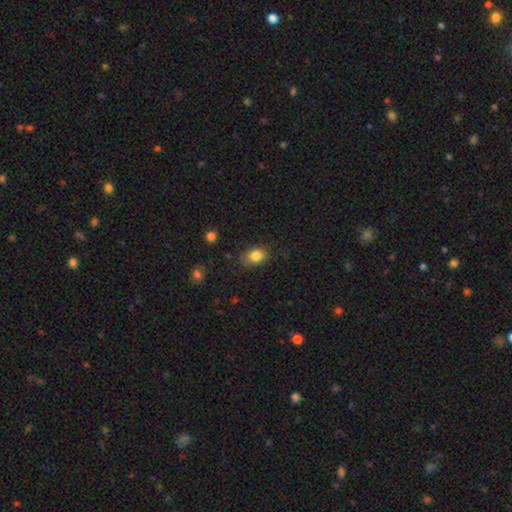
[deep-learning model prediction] smooth 83%, star or artifact 9%, featured or disk 8%. Down the decision tree: how rounded — in between (73%); merging — none (73%).